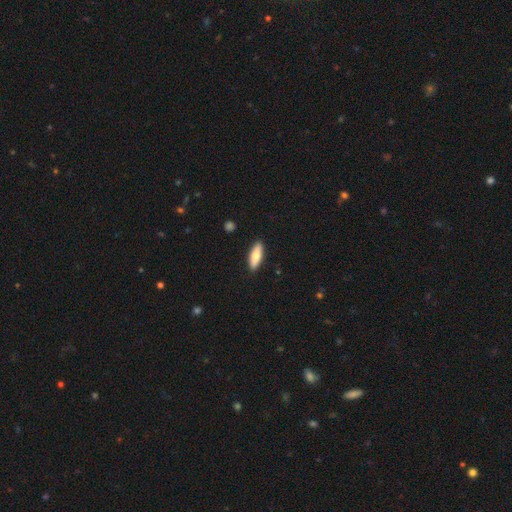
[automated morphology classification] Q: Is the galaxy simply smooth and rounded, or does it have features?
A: smooth — 73%.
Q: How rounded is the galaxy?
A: in between — 56%.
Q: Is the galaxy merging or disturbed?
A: none — 90%.